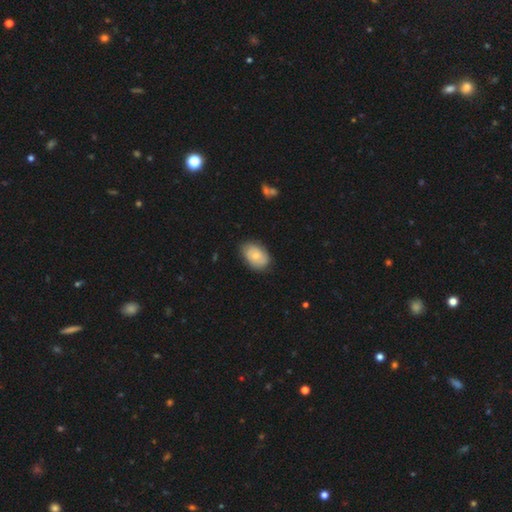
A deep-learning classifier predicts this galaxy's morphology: Q: Smooth or featured?
A: smooth (67%); runner-up: featured or disk (27%)
Q: How rounded?
A: in between (86%); runner-up: round (13%)
Q: Merging?
A: none (77%); runner-up: minor disturbance (18%)